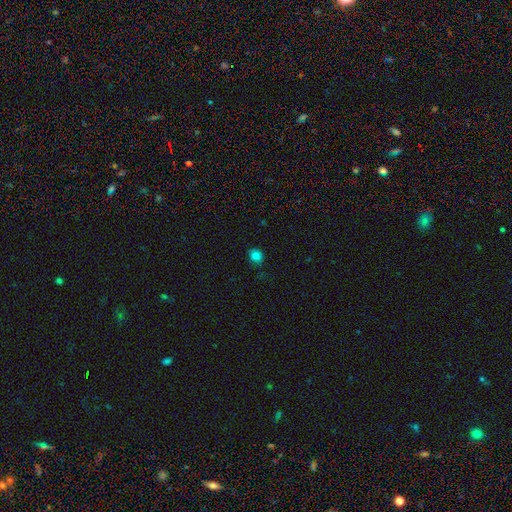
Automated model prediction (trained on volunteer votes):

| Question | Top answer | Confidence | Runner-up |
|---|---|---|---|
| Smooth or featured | smooth | 81% | star or artifact (14%) |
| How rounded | round | 76% | in between (23%) |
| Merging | none | 80% | minor disturbance (16%) |